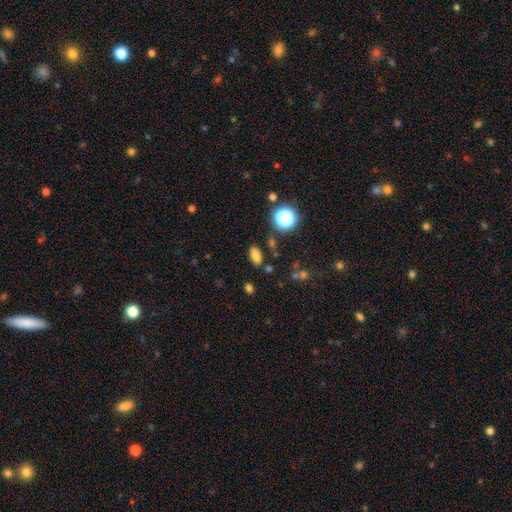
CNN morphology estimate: This appears to be a smooth galaxy with no disk features (76%) that is in between round and cigar-shaped (86%). Merging: none (83%).